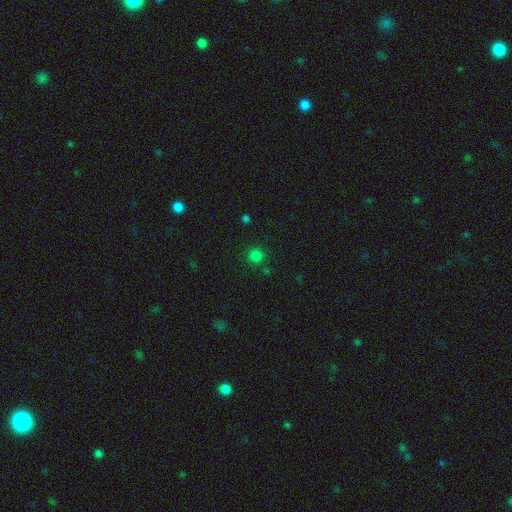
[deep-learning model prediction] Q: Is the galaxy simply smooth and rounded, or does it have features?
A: smooth — 79%.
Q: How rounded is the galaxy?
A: round — 93%.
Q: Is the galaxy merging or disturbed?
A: none — 85%.